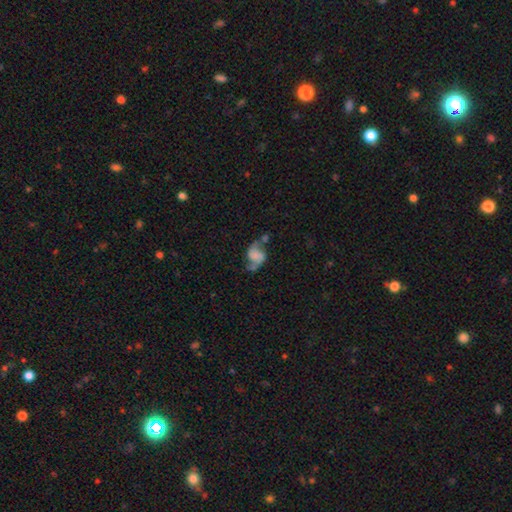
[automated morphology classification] A featured or disk galaxy (74%) with no bar (57%), 2 (91%) loose (69%) spiral arms (92%) and no central bulge (60%).

Vote fractions:
- Smooth or featured? featured or disk: 74% / smooth: 18% / star or artifact: 8%
- Edge-on disk? no: 98% / yes: 2%
- Bar? no: 57% / weak: 31% / strong: 13%
- Spiral arms? yes: 92% / no: 8%
- Spiral winding? loose: 69% / medium: 25% / tight: 6%
- Spiral arm count? 2: 91% / 1: 4% / can't tell: 2% / 3: 1% / 4: 1% / more than 4: 1%
- Bulge size? none: 60% / small: 14% / large: 11% / moderate: 9% / dominant: 6%
- Merging? none: 47% / minor disturbance: 21% / major disturbance: 18% / merger: 14%